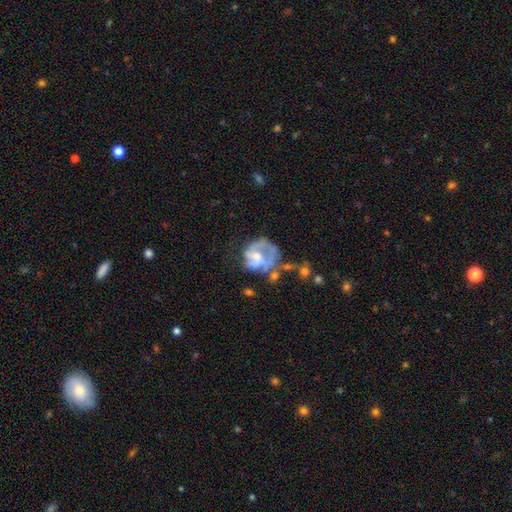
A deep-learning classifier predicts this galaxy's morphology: type=featured or disk (64%); edge-on=no (98%); bar=no (61%); spiral arms=yes (57%); bulge=moderate (44%); merging=major disturbance (35%).